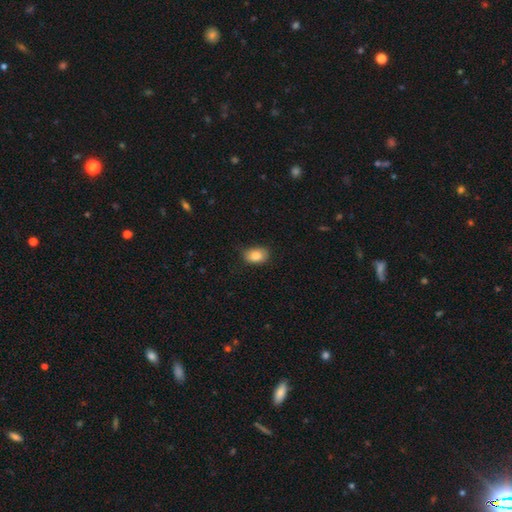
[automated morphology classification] Smooth or featured: smooth — 85% (star or artifact — 8%)
How rounded: in between — 81% (round — 17%)
Merging: none — 69% (minor disturbance — 25%)